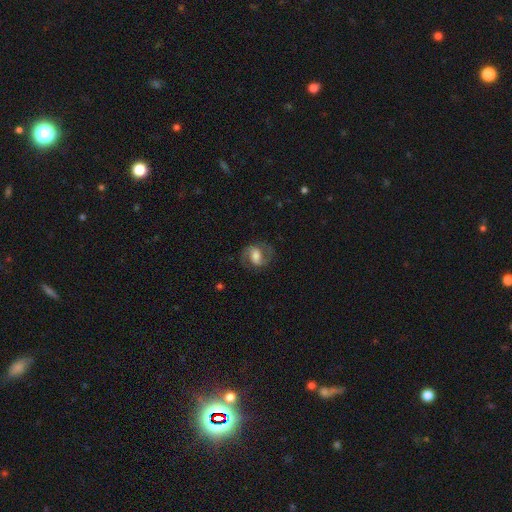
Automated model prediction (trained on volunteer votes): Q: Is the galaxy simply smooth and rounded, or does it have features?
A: featured or disk — 75%.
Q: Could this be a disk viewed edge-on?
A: no — 97%.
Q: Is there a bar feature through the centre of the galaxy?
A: weak — 44%.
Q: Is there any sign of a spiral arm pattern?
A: yes — 93%.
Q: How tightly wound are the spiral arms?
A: medium — 57%.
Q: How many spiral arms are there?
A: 2 — 91%.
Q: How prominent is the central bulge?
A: moderate — 46%.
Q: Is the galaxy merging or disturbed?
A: none — 78%.